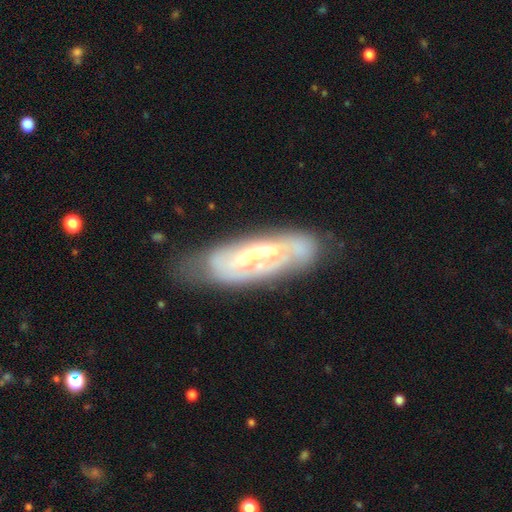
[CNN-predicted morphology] Smooth or featured? featured or disk (68%)
Edge-on disk? no (78%)
Bar? no (36%)
Spiral arms? yes (62%)
Bulge size? moderate (38%)
Merging? none (56%)